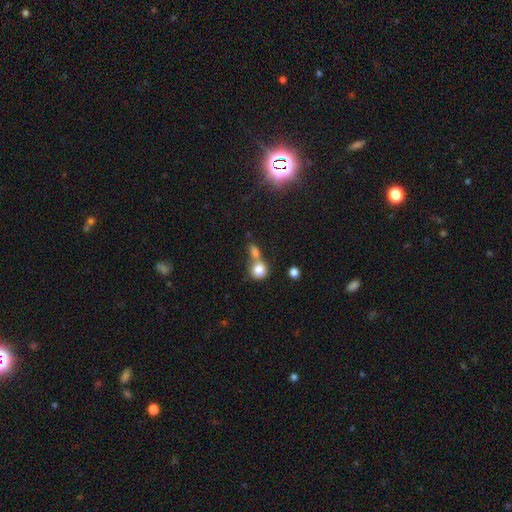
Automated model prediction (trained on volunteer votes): A smooth galaxy with no disk features (74%) that is round (79%).

Vote fractions:
- Smooth or featured? smooth: 74% / star or artifact: 15% / featured or disk: 11%
- How rounded? round: 79% / in between: 18% / cigar-shaped: 2%
- Merging? merger: 47% / none: 40% / minor disturbance: 8% / major disturbance: 5%